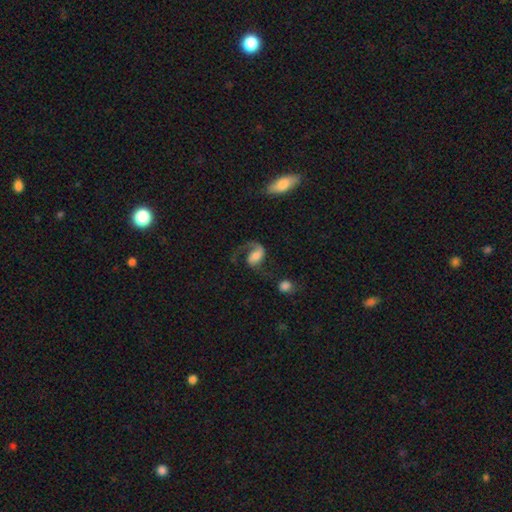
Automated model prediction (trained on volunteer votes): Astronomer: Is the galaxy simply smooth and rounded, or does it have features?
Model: featured or disk — 73%.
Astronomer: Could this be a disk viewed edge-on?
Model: no — 97%.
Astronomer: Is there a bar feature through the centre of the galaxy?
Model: no — 44% (runner-up: weak, 37%).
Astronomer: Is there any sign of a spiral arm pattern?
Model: yes — 94%.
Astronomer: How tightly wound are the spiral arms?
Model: loose — 54% (runner-up: medium, 36%).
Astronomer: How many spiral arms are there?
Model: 2 — 51% (runner-up: 1, 45%).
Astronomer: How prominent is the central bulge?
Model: moderate — 35% (runner-up: large, 25%).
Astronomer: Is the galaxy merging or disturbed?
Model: none — 43% (runner-up: major disturbance, 35%).